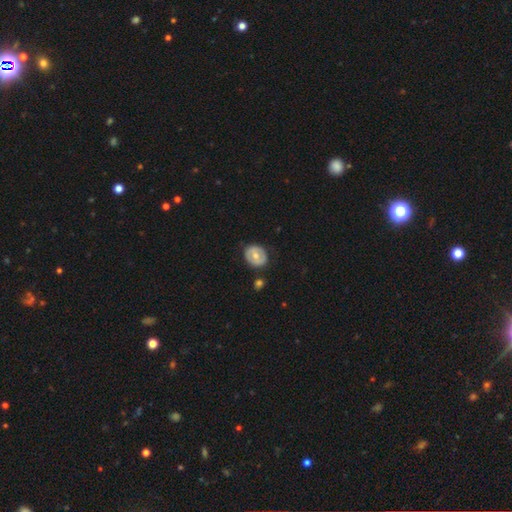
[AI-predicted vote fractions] Smooth or featured: smooth — 53% (featured or disk — 41%)
How rounded: round — 62% (in between — 37%)
Merging: none — 79% (minor disturbance — 14%)